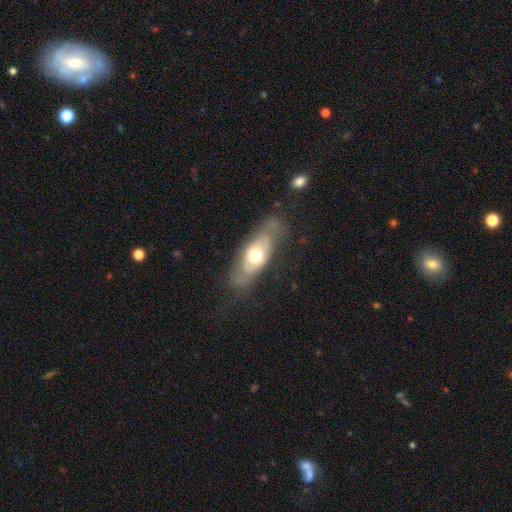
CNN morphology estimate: Smooth or featured? Predicted: smooth (p=0.47, tied with featured or disk). Merging? Predicted: none (p=0.63).